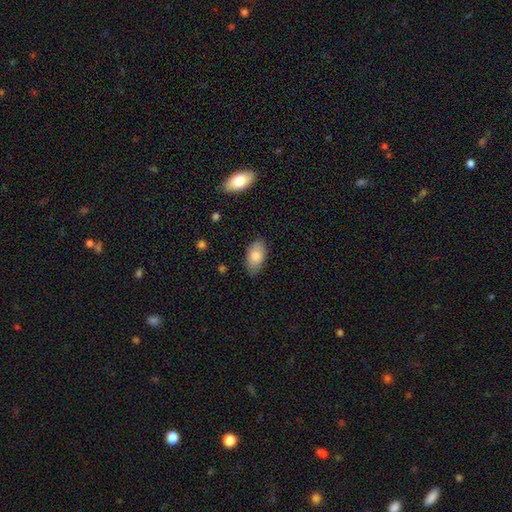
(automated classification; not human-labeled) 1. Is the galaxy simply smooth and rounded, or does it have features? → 85% smooth, 9% featured or disk, 7% star or artifact.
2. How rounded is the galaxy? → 94% in between, 4% round, 2% cigar-shaped.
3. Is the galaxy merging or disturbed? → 81% none, 15% minor disturbance, 3% major disturbance, 1% merger.